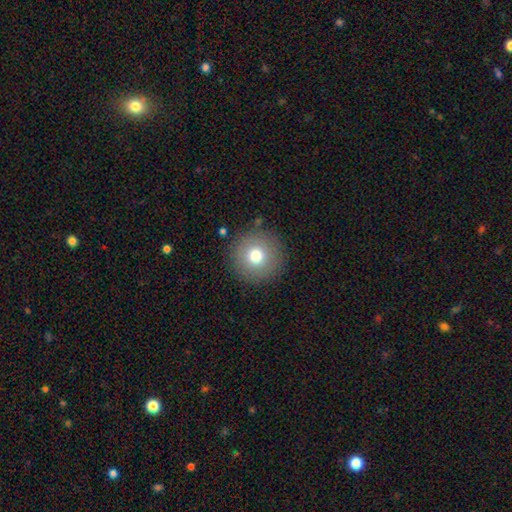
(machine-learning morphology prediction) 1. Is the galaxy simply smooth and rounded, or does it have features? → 76% smooth, 13% featured or disk, 11% star or artifact.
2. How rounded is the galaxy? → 96% round, 3% in between, 1% cigar-shaped.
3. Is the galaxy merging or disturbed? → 89% none, 7% minor disturbance, 3% major disturbance, 2% merger.